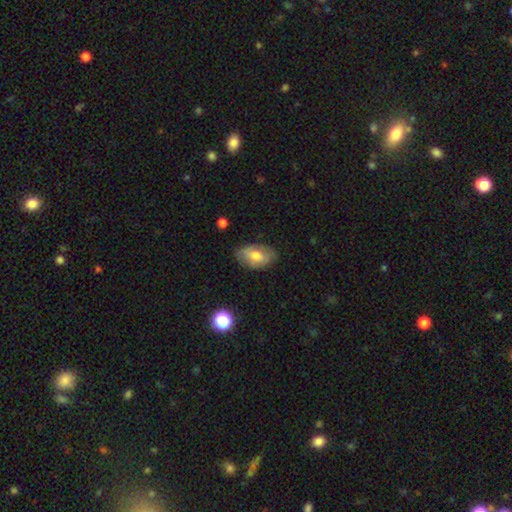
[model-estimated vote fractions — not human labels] This appears to be a smooth galaxy with no disk features (61%) that is in between round and cigar-shaped (91%). Merging: none (75%).